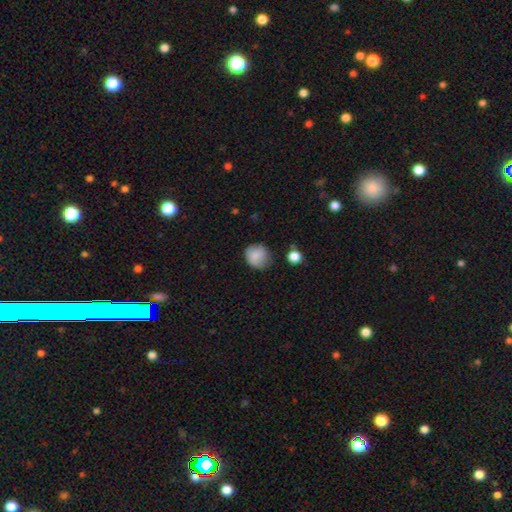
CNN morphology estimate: smooth_or_featured: smooth (p=0.83) [alt: featured or disk p=0.09]
how_rounded: round (p=0.80) [alt: in between p=0.19]
merging: none (p=0.70) [alt: minor disturbance p=0.22]